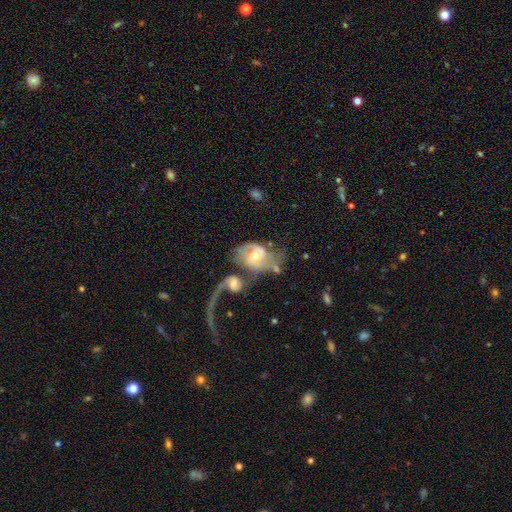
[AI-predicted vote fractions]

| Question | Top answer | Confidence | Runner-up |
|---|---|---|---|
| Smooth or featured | featured or disk | 79% | smooth (15%) |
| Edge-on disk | no | 97% | yes (3%) |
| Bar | no | 47% | weak (41%) |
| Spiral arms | yes | 87% | no (13%) |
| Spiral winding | medium | 39% | loose (37%) |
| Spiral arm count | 2 | 61% | 1 (19%) |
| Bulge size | moderate | 68% | small (22%) |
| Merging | merger | 50% | major disturbance (21%) |